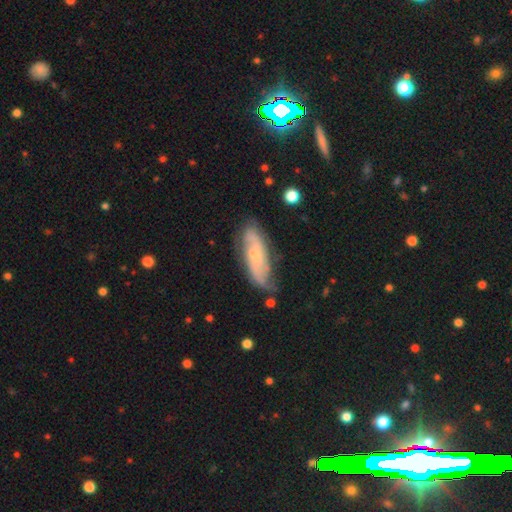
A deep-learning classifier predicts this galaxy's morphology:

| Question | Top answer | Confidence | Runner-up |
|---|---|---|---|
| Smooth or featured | featured or disk | 68% | smooth (26%) |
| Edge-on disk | no | 84% | yes (16%) |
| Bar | no | 55% | weak (36%) |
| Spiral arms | yes | 87% | no (13%) |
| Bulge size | small | 64% | moderate (26%) |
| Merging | none | 68% | minor disturbance (23%) |